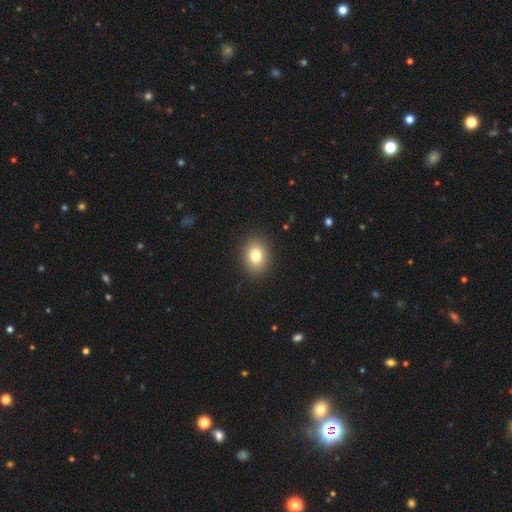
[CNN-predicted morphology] type=smooth (81%); roundness=in between (53%); merging=none (89%).